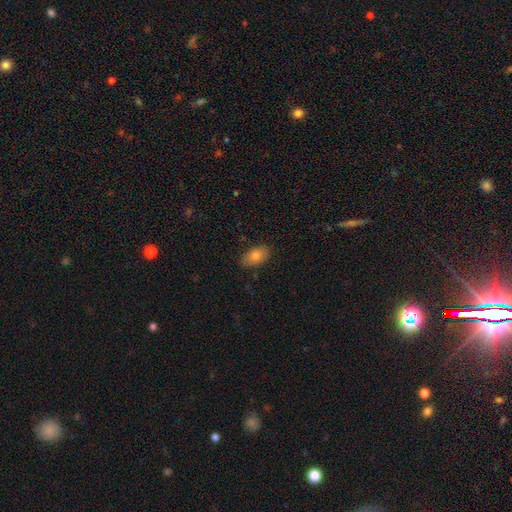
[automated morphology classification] Overall: smooth (78%). How rounded: in between (90%). Merging: none (85%).